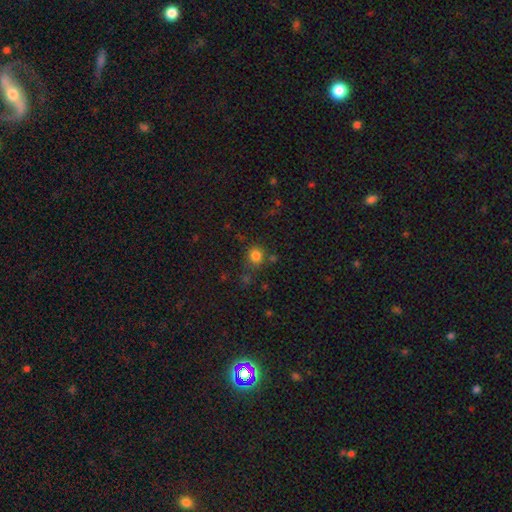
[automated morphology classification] A smooth galaxy with no disk features (81%) that is round (88%).

Vote fractions:
- Smooth or featured? smooth: 81% / star or artifact: 14% / featured or disk: 5%
- How rounded? round: 88% / in between: 11% / cigar-shaped: 1%
- Merging? none: 75% / minor disturbance: 12% / merger: 9% / major disturbance: 5%